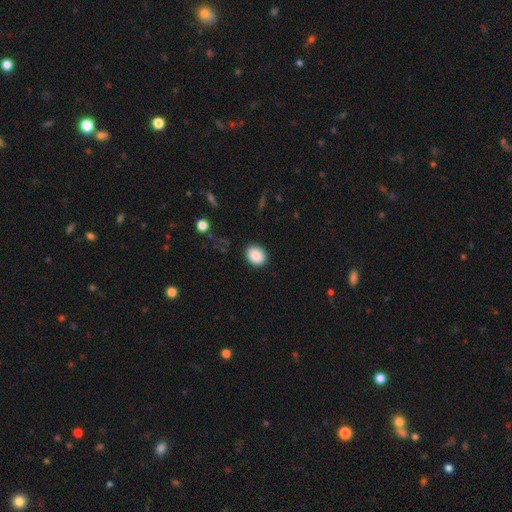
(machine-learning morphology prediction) A smooth galaxy with no disk features (89%) that is in between round and cigar-shaped (55%). Merging: none (89%).